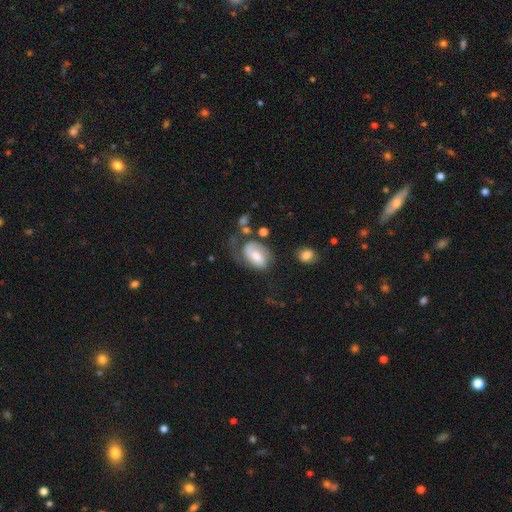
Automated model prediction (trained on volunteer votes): A featured or disk galaxy (66%) with a weak bar (42%), 2 (60%) medium (42%) spiral arms (89%) and a moderate central bulge (57%).

Vote fractions:
- Smooth or featured? featured or disk: 66% / smooth: 27% / star or artifact: 7%
- Edge-on disk? no: 96% / yes: 4%
- Bar? weak: 42% / no: 41% / strong: 17%
- Spiral arms? yes: 89% / no: 11%
- Spiral winding? medium: 42% / tight: 30% / loose: 28%
- Spiral arm count? 2: 60% / 1: 27% / can't tell: 10% / 3: 1% / 4: 1% / more than 4: 1%
- Bulge size? moderate: 57% / small: 25% / large: 13% / none: 3% / dominant: 2%
- Merging? none: 42% / major disturbance: 28% / minor disturbance: 24% / merger: 6%